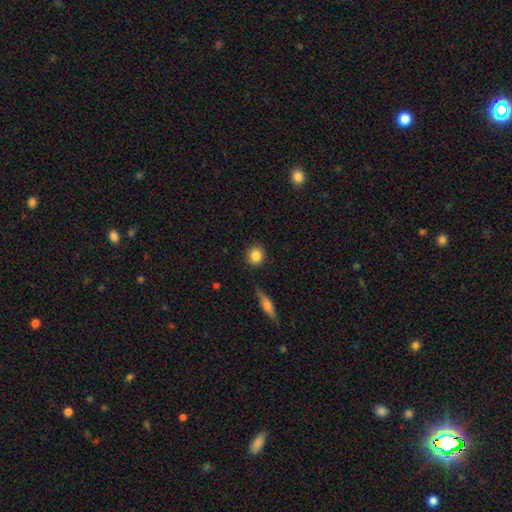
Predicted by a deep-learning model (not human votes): Smooth or featured? smooth (84%)
How rounded? round (87%)
Merging? none (89%)